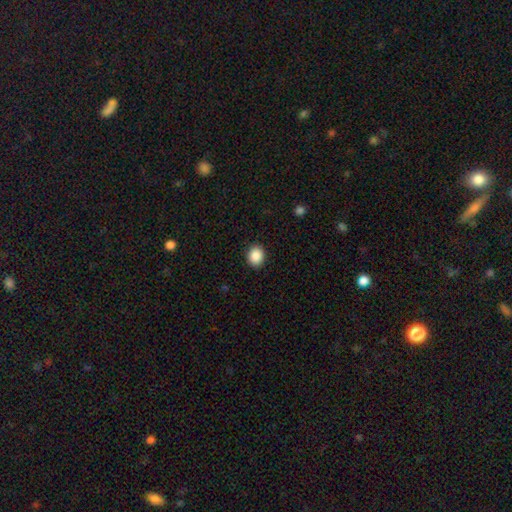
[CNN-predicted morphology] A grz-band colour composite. It shows a smooth galaxy with no disk features (88%) that is round (67%). Merging: none (90%).